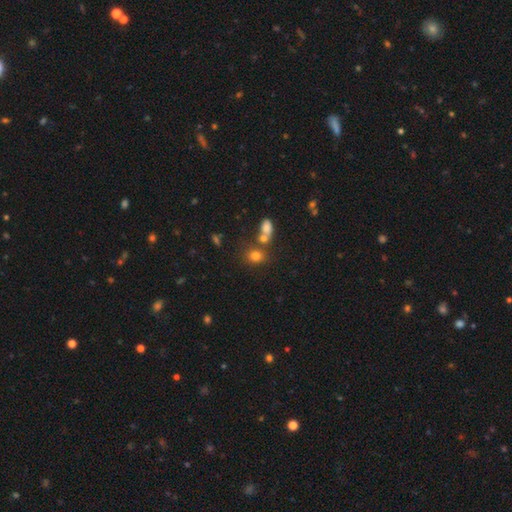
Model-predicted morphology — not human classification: Overall: smooth (77%). How rounded: round (59%; in between 40%). Merging: none (58%; merger 25%).